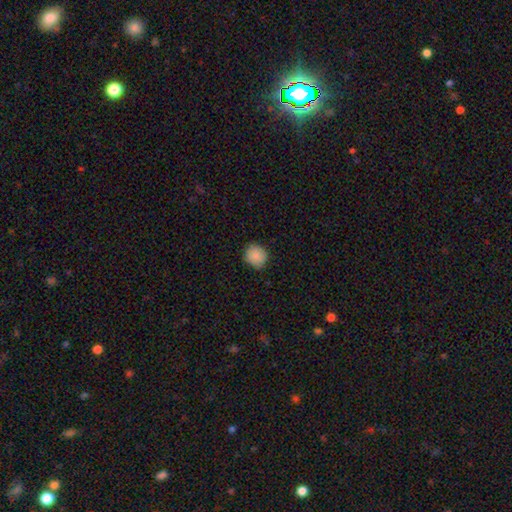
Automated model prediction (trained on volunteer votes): Smooth or featured: smooth — 86% (star or artifact — 8%)
How rounded: round — 84% (in between — 15%)
Merging: none — 80% (minor disturbance — 17%)